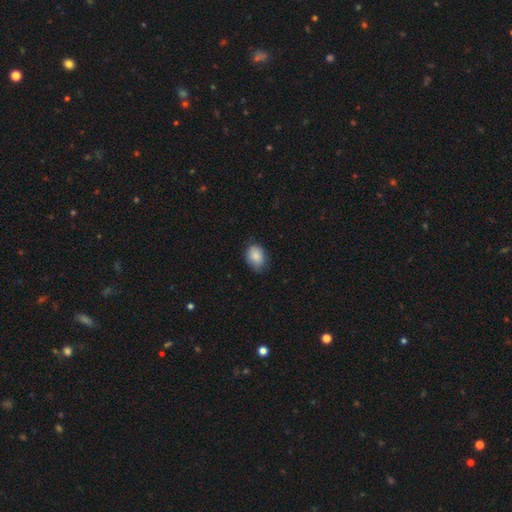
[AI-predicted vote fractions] Smooth or featured?
  - smooth: 87% *
  - star or artifact: 7%
  - featured or disk: 6%
How rounded?
  - in between: 69% *
  - round: 30%
  - cigar-shaped: 1%
Merging?
  - none: 71% *
  - minor disturbance: 24%
  - major disturbance: 4%
  - merger: 1%